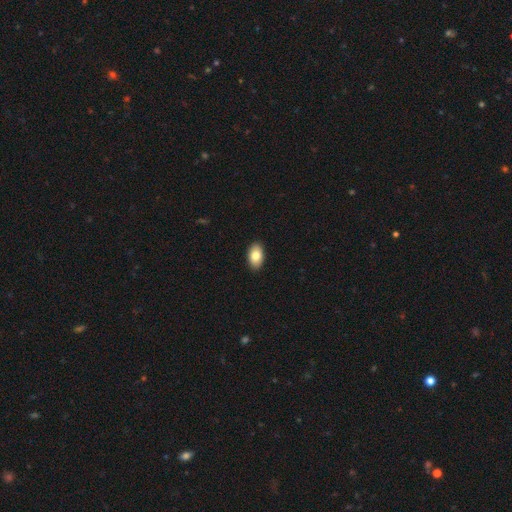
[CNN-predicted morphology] type=smooth (82%); roundness=in between (93%); merging=none (91%).